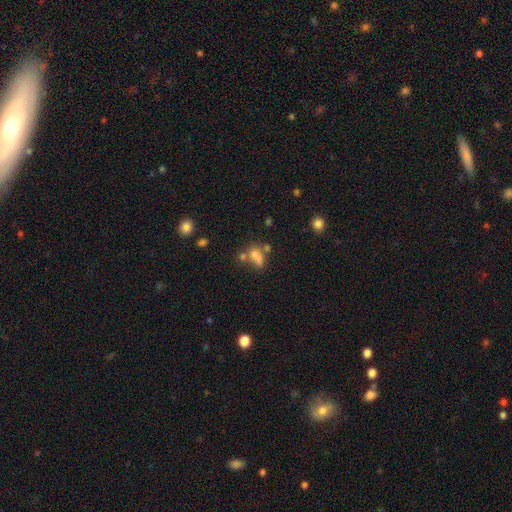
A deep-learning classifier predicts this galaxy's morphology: This appears to be a smooth galaxy with no disk features (64%) that is in between round and cigar-shaped (66%). Merging: merger (42%).